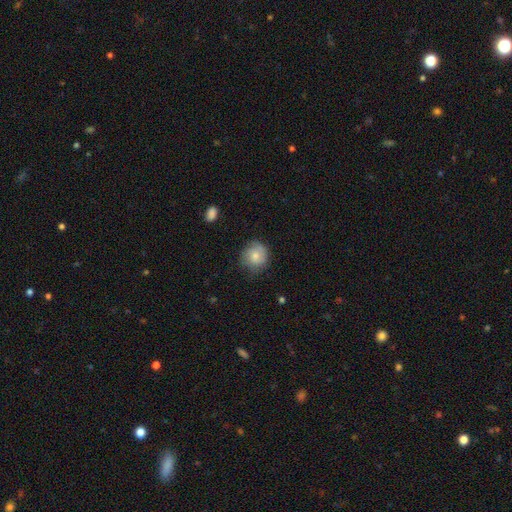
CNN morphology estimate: Smooth or featured: smooth — 74% (featured or disk — 18%)
How rounded: round — 88% (in between — 11%)
Merging: none — 70% (minor disturbance — 23%)